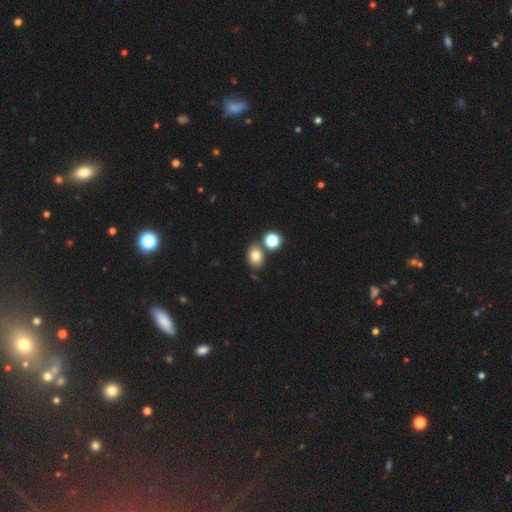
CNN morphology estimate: Smooth or featured: smooth — 78% (star or artifact — 13%)
How rounded: in between — 60% (round — 39%)
Merging: none — 71% (merger — 16%)